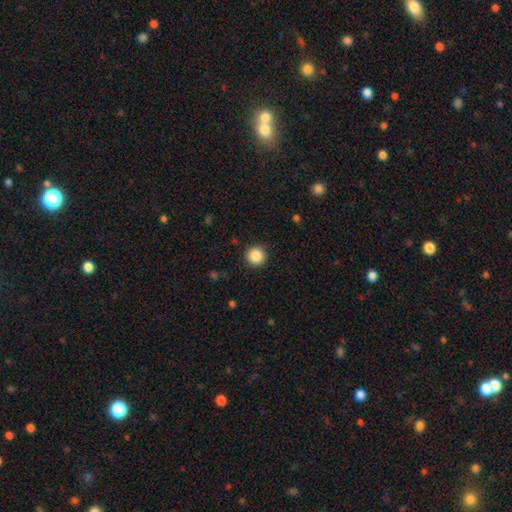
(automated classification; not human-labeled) This appears to be a smooth galaxy with no disk features (87%) that is round (95%). Merging: none (91%).